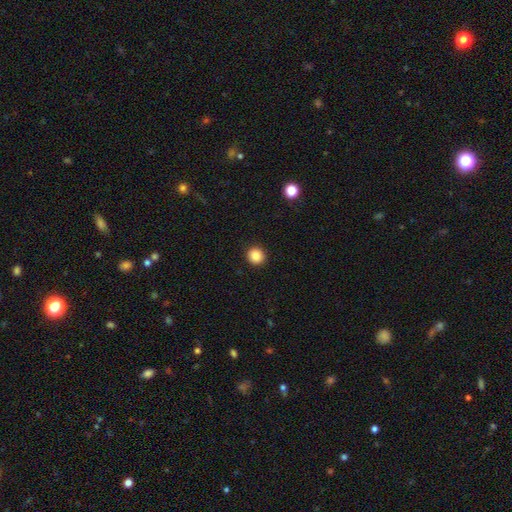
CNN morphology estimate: This is clearly a smooth galaxy (87%). How rounded: clearly round (91%). Merging: clearly none (93%).